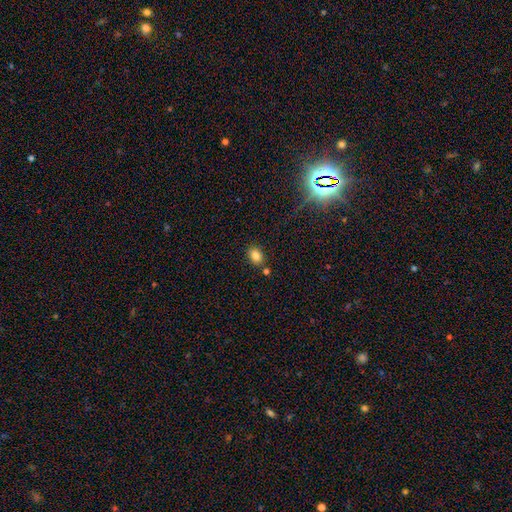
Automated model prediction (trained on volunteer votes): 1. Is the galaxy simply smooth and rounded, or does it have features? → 83% smooth, 11% star or artifact, 6% featured or disk.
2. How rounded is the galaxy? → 69% in between, 29% round, 1% cigar-shaped.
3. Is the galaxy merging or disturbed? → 79% none, 10% minor disturbance, 8% merger, 3% major disturbance.